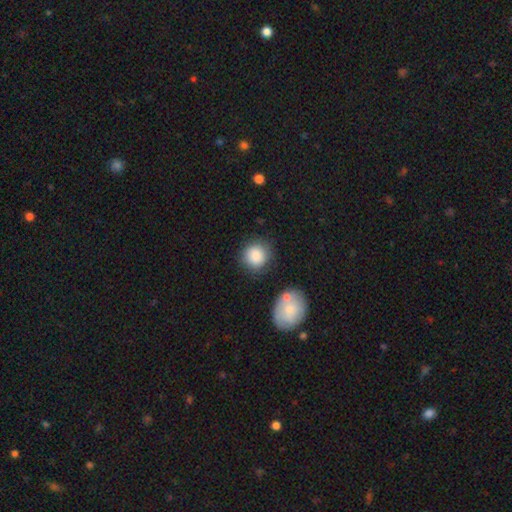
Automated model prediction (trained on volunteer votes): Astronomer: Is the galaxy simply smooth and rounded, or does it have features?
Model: smooth — 87%.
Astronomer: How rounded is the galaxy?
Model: round — 88%.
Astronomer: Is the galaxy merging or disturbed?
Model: none — 79%.